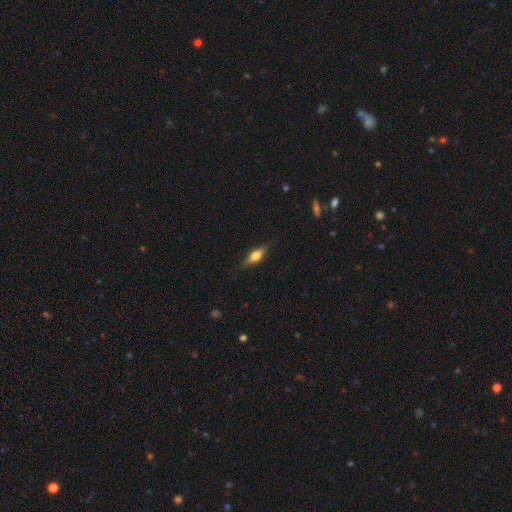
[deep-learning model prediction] smooth_or_featured: smooth (p=0.64) [alt: featured or disk p=0.29]
how_rounded: in between (p=0.63) [alt: cigar-shaped p=0.34]
merging: none (p=0.83) [alt: minor disturbance p=0.13]